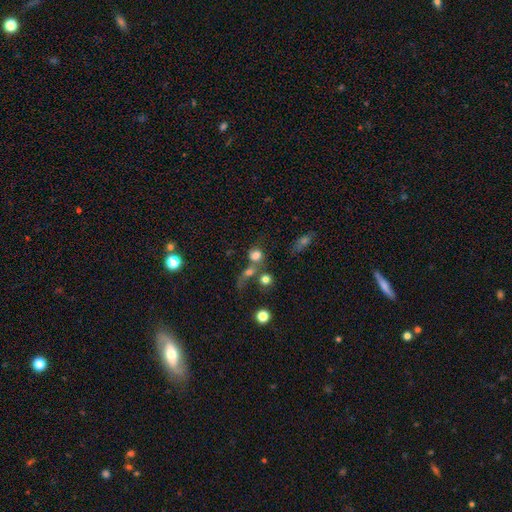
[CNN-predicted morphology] Overall: smooth (73%). How rounded: round (76%). Merging: merger (43%; none 35%).